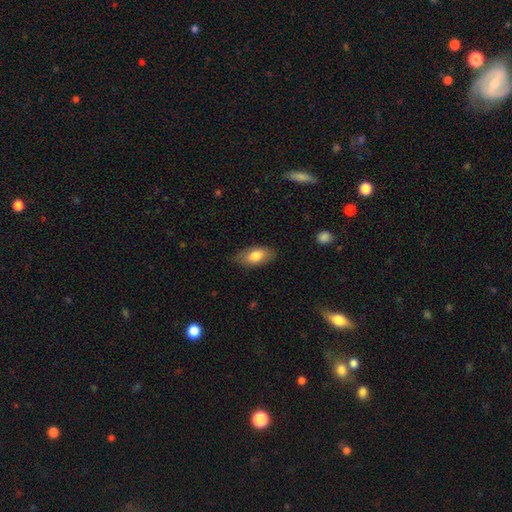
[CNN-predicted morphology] Smooth or featured: smooth — 78% (featured or disk — 16%)
How rounded: in between — 90% (cigar-shaped — 6%)
Merging: none — 78% (minor disturbance — 17%)